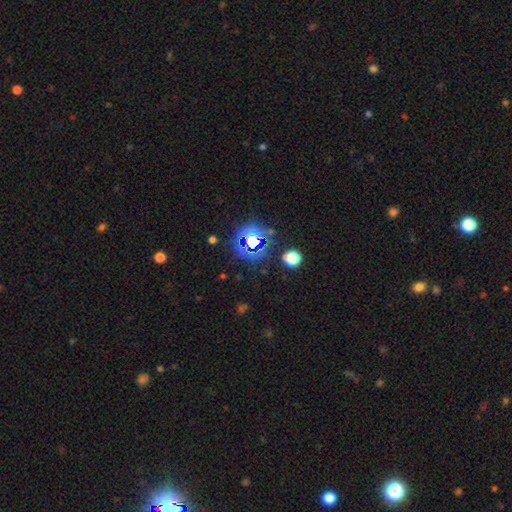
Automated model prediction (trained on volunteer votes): Q: Smooth or featured?
A: star or artifact (74%); runner-up: smooth (18%)